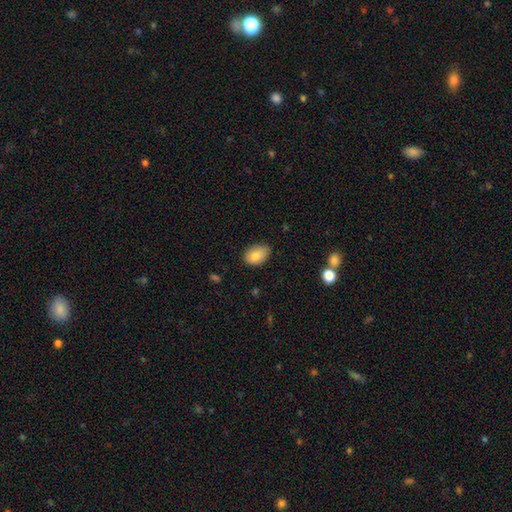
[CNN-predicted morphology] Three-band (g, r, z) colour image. It shows a smooth galaxy with no disk features (84%) that is in between round and cigar-shaped (82%). Merging: none (69%).